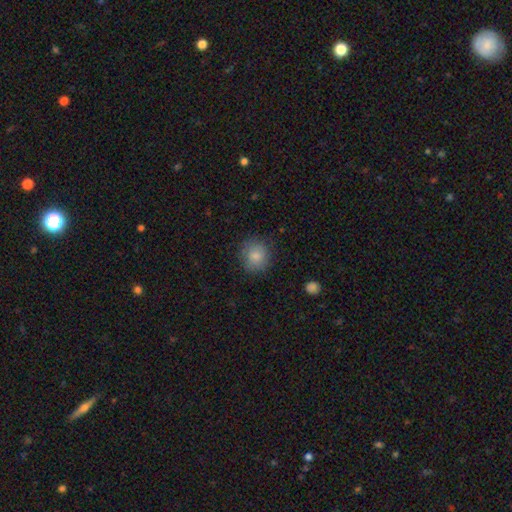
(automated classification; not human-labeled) Morphology: type=smooth (84%); roundness=round (85%); merging=none (81%).